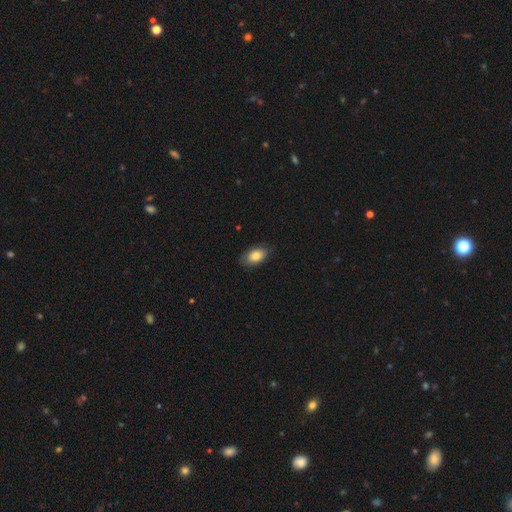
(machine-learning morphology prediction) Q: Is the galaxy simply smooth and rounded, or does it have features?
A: smooth — 84%.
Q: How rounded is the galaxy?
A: in between — 92%.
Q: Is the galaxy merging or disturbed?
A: none — 81%.